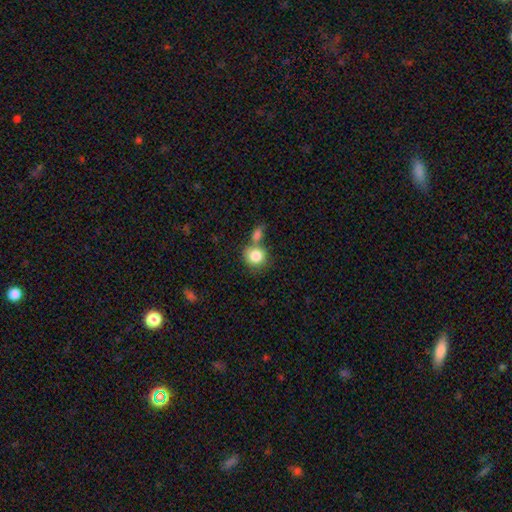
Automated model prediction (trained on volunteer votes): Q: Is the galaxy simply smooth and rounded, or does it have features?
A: smooth — 83%.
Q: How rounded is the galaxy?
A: round — 84%.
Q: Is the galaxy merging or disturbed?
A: none — 47%.